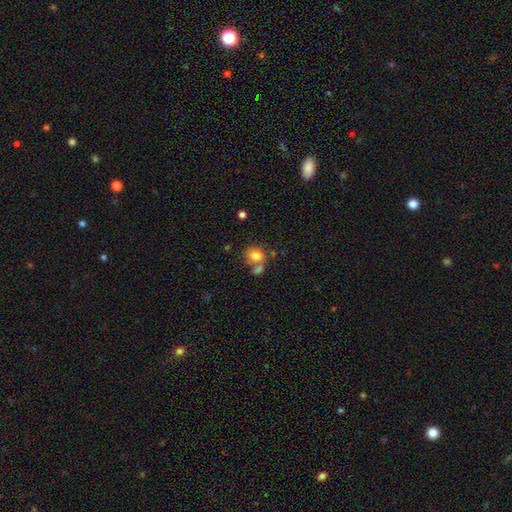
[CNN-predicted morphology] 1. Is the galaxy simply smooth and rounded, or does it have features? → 78% smooth, 11% featured or disk, 11% star or artifact.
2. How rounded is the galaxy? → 58% round, 41% in between, 1% cigar-shaped.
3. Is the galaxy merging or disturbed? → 50% none, 32% merger, 13% minor disturbance, 5% major disturbance.